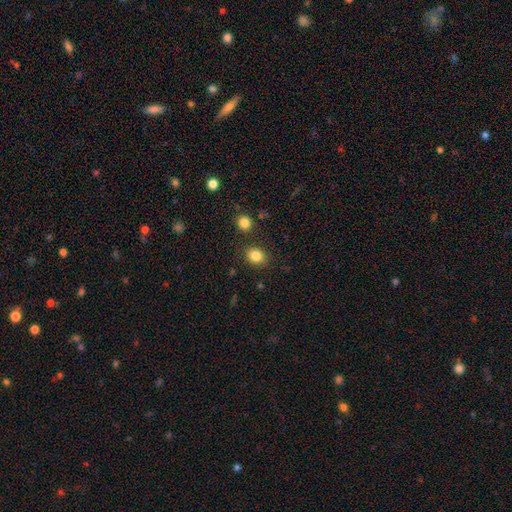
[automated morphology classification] Smooth or featured: smooth — 84% (star or artifact — 10%)
How rounded: round — 54% (in between — 45%)
Merging: none — 84% (minor disturbance — 9%)